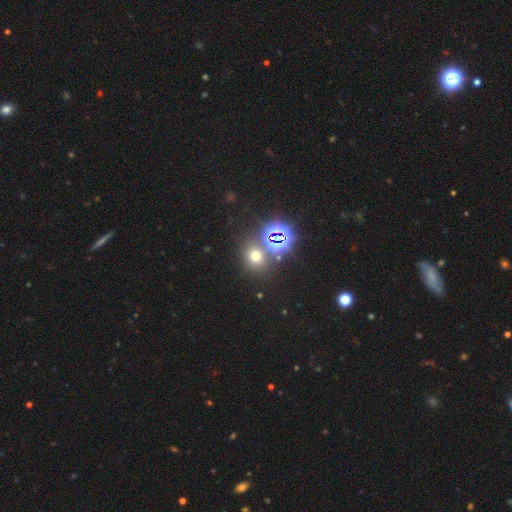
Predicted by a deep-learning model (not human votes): Smooth or featured: smooth — 53% (star or artifact — 39%)
How rounded: round — 72% (in between — 26%)
Merging: none — 73% (merger — 14%)